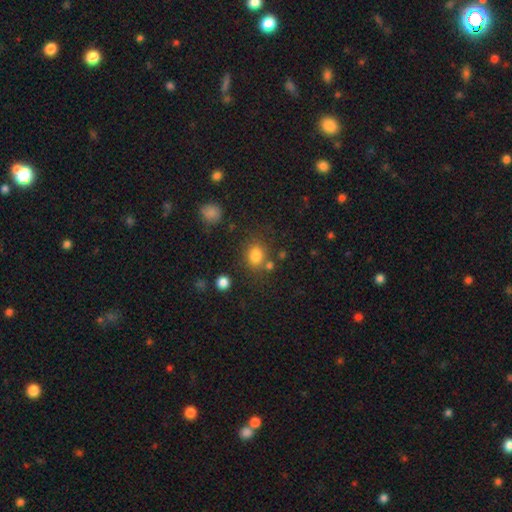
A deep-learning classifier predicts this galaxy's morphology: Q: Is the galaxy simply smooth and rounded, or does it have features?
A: smooth — 80%.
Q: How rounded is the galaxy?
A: round — 61%.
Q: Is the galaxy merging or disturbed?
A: none — 70%.